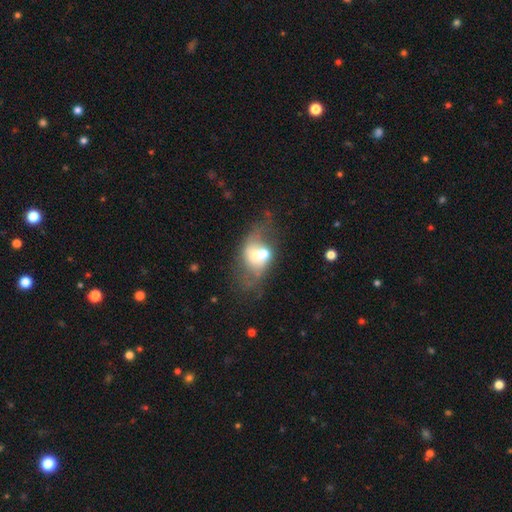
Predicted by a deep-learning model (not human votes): Overall: featured or disk (46%; smooth 43%). Merging: merger (46%; none 30%).